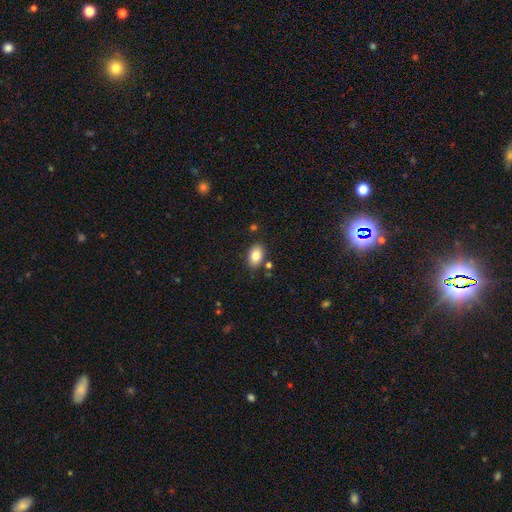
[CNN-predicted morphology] smooth_or_featured: smooth (p=0.85) [alt: star or artifact p=0.08]
how_rounded: in between (p=0.89) [alt: round p=0.10]
merging: none (p=0.82) [alt: minor disturbance p=0.11]